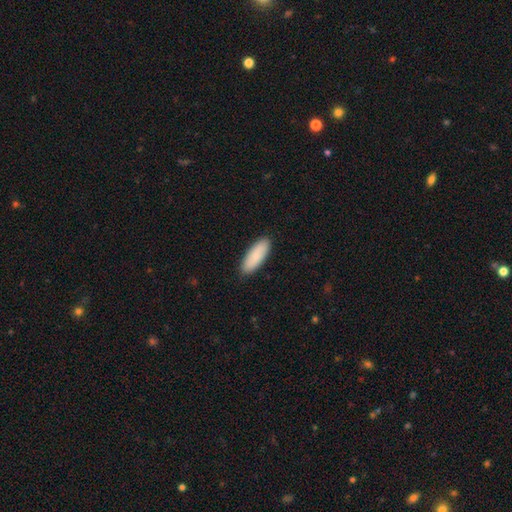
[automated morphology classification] type=smooth (86%); roundness=in between (68%); merging=none (90%).